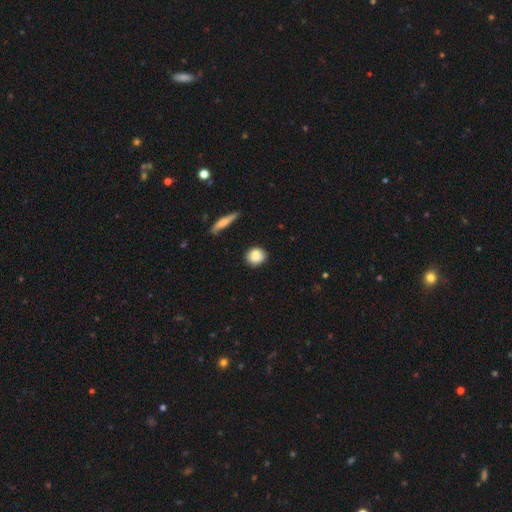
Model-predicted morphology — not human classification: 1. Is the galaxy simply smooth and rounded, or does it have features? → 86% smooth, 8% star or artifact, 7% featured or disk.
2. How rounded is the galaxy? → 76% round, 22% in between, 2% cigar-shaped.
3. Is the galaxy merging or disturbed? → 81% none, 14% minor disturbance, 3% major disturbance, 2% merger.